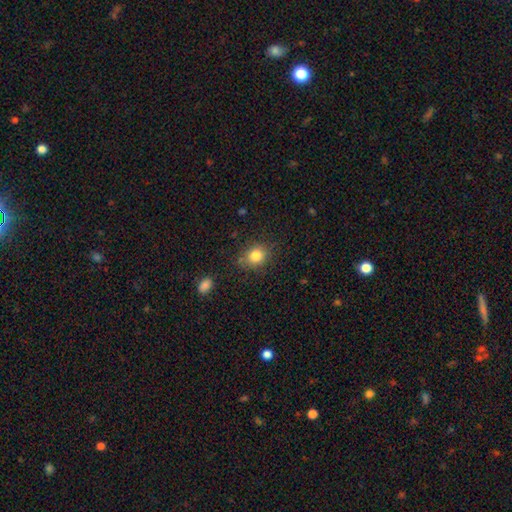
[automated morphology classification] A smooth galaxy with no disk features (83%) that is round (68%). Merging: none (80%).